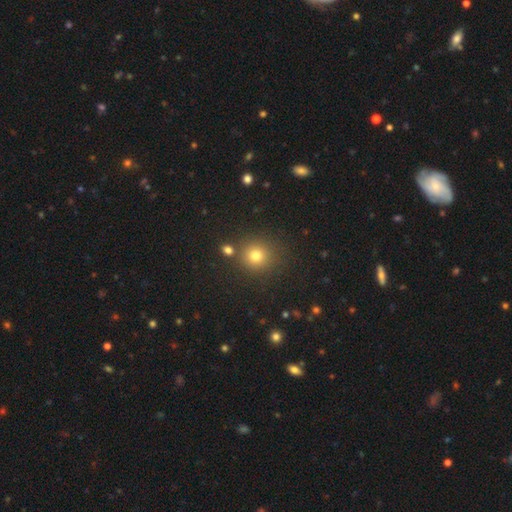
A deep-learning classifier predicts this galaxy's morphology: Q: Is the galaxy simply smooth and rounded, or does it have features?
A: smooth — 76%.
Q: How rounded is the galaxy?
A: round — 92%.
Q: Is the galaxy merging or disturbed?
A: none — 83%.